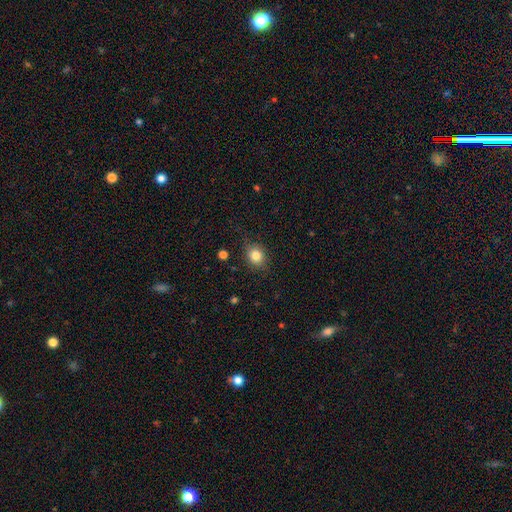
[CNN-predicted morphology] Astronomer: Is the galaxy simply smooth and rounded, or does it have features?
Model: smooth — 83%.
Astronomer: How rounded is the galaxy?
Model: round — 64%.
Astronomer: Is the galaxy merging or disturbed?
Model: none — 82%.